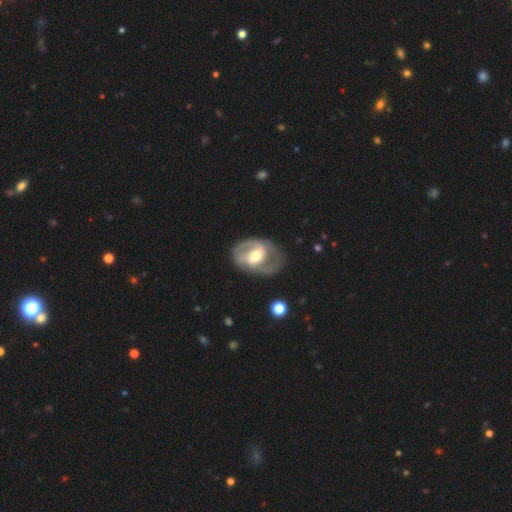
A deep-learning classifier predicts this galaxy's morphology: This appears to be a featured or disk galaxy (78%) with a weak bar (45%), 2 (78%) medium (49%) spiral arms (85%) and a moderate central bulge (67%). Merging: none (62%).